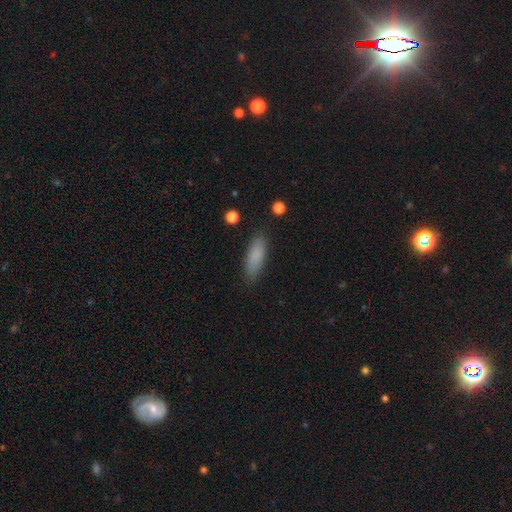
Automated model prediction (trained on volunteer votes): Smooth or featured? Predicted: smooth (p=0.84). How rounded? Predicted: in between (p=0.54). Merging? Predicted: none (p=0.85).